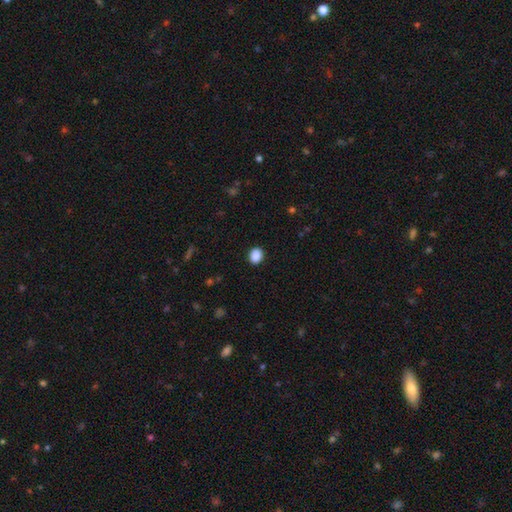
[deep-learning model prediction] This is clearly a smooth galaxy (88%). How rounded: possibly round (55%). Merging: clearly none (90%).